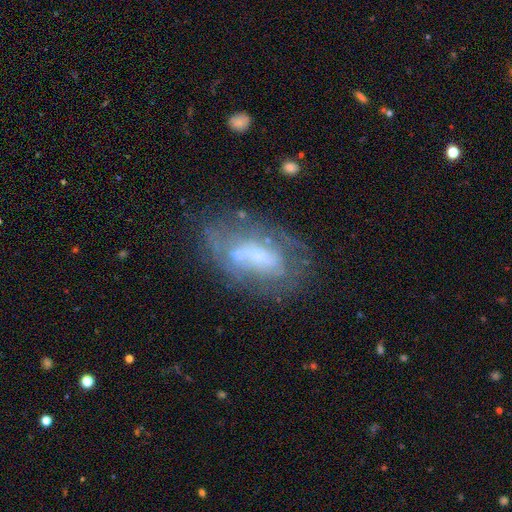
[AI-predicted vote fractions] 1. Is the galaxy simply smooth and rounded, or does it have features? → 60% featured or disk, 30% smooth, 10% star or artifact.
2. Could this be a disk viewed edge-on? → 93% no, 7% yes.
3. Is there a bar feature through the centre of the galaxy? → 63% no, 26% weak, 10% strong.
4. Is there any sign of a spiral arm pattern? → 60% no, 40% yes.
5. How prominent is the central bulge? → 49% small, 24% moderate, 19% none, 6% large, 2% dominant.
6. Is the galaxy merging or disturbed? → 48% none, 22% minor disturbance, 19% major disturbance, 11% merger.